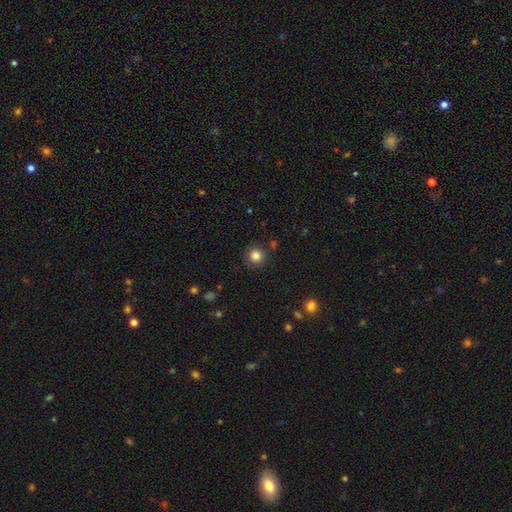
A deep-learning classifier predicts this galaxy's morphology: Smooth or featured? Predicted: smooth (p=0.84). How rounded? Predicted: round (p=0.93). Merging? Predicted: none (p=0.87).